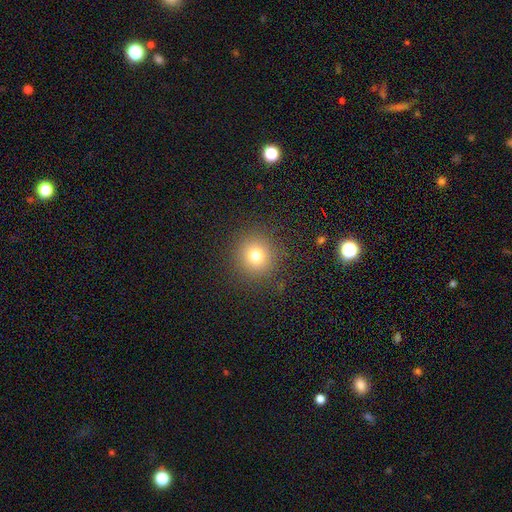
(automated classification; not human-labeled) A smooth galaxy with no disk features (75%) that is round (93%).

Vote fractions:
- Smooth or featured? smooth: 75% / star or artifact: 16% / featured or disk: 9%
- How rounded? round: 93% / in between: 6% / cigar-shaped: 1%
- Merging? none: 89% / minor disturbance: 7% / major disturbance: 3% / merger: 1%